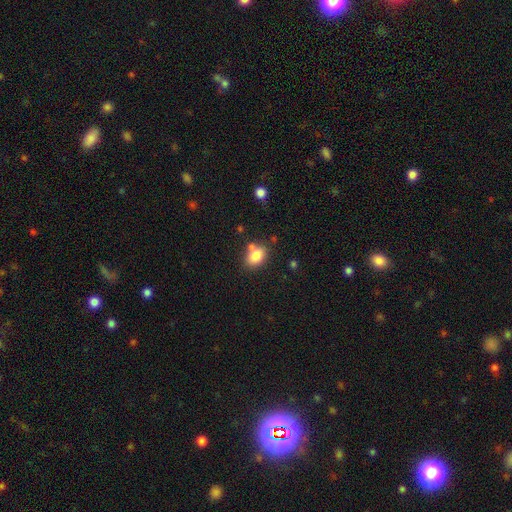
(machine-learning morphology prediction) A smooth galaxy with no disk features (83%) that is in between round and cigar-shaped (75%).

Vote fractions:
- Smooth or featured? smooth: 83% / star or artifact: 9% / featured or disk: 8%
- How rounded? in between: 75% / round: 24% / cigar-shaped: 1%
- Merging? none: 66% / merger: 15% / minor disturbance: 15% / major disturbance: 4%